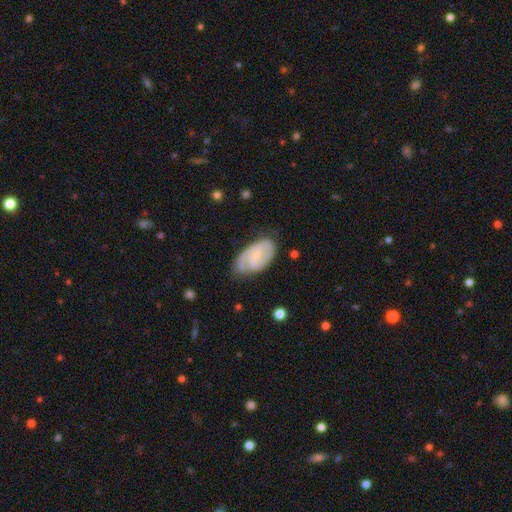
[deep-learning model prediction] This is clearly a featured or disk galaxy (80%). It is clearly not viewed edge-on (97%). Bar: possibly weak (48%). Spiral arm pattern: clearly yes (95%). Spiral arm count: likely 2 (79%). Spiral winding: possibly tight (50%). Central bulge: likely small (62%). Merging: likely none (71%).